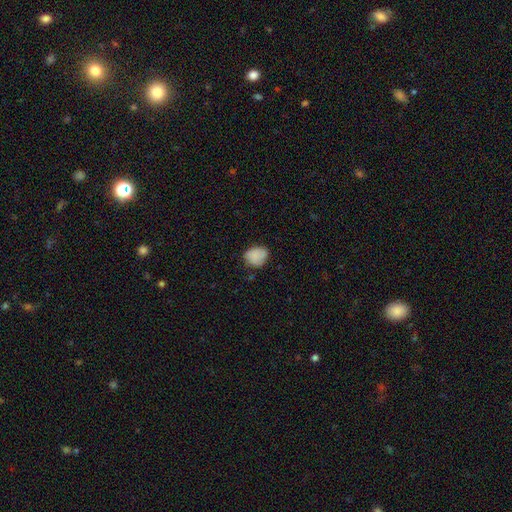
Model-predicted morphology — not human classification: This appears to be a smooth galaxy with no disk features (84%) that is round (57%). Merging: none (66%).